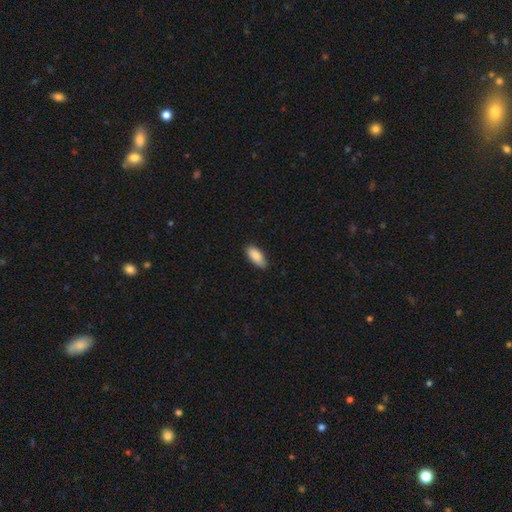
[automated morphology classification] This appears to be a smooth galaxy with no disk features (89%) that is in between round and cigar-shaped (83%). Merging: none (84%).